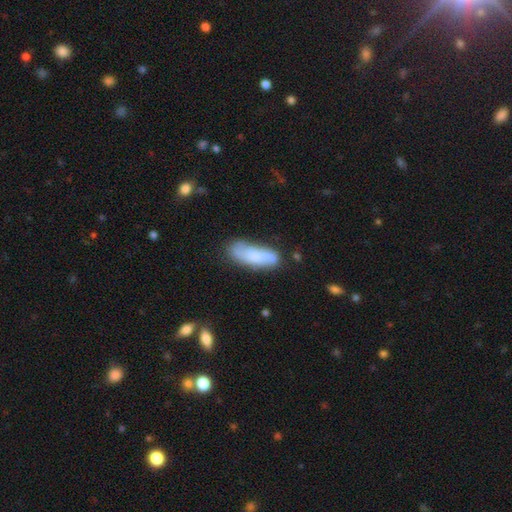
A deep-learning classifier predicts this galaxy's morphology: smooth-or-featured: smooth: 59% | featured or disk: 33% | star or artifact: 7%
  how-rounded: in between: 62% | cigar-shaped: 36% | round: 2%
  merging: none: 64% | minor disturbance: 24% | major disturbance: 7% | merger: 4%